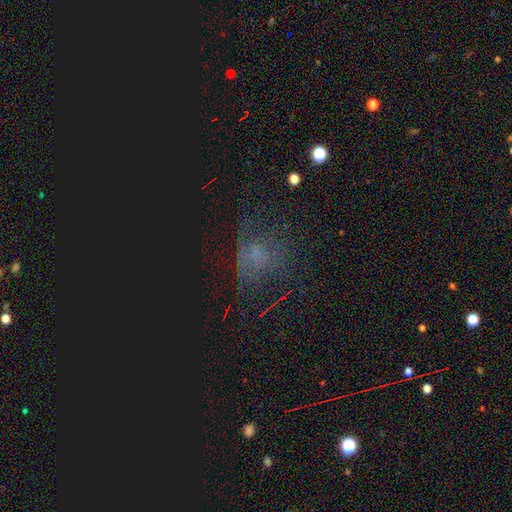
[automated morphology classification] star or artifact 42%, smooth 33%, featured or disk 25%.